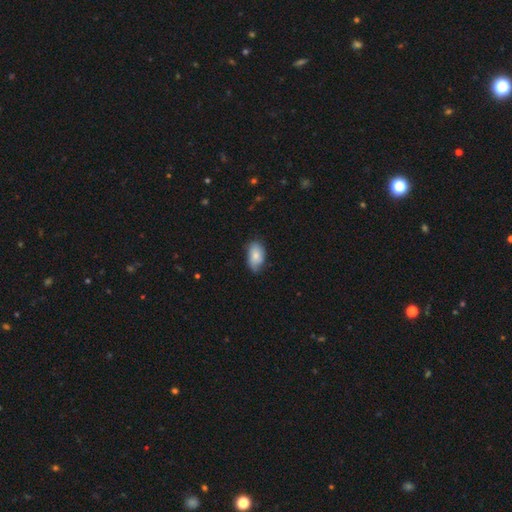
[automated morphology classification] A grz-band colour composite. It shows a smooth galaxy with no disk features (77%) that is in between round and cigar-shaped (93%). Merging: none (68%).